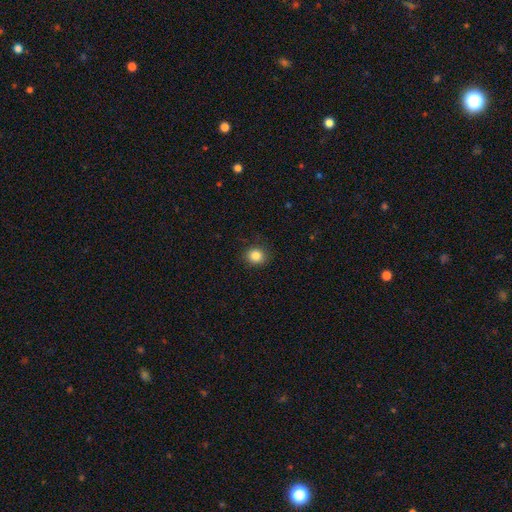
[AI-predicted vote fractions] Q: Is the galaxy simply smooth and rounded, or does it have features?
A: smooth — 86%.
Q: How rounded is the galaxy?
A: round — 83%.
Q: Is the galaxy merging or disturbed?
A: none — 88%.